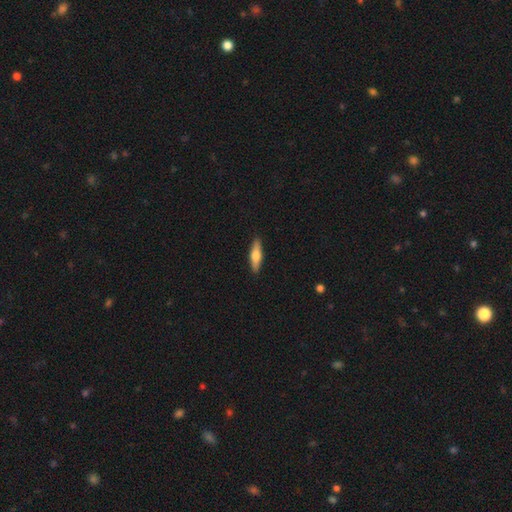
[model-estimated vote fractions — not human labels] This appears to be a smooth galaxy with no disk features (57%) that is cigar-shaped (65%). Merging: none (90%).